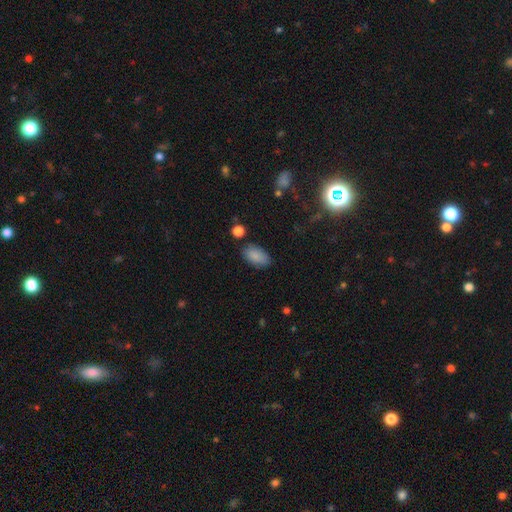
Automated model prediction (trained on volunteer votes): Smooth or featured: smooth — 87% (star or artifact — 7%)
How rounded: in between — 93% (round — 4%)
Merging: none — 80% (minor disturbance — 14%)